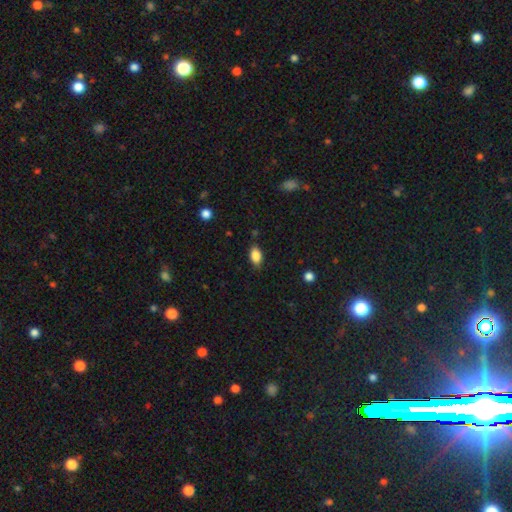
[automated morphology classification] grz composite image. It shows a smooth galaxy with no disk features (86%) that is in between round and cigar-shaped (90%). Merging: none (82%).